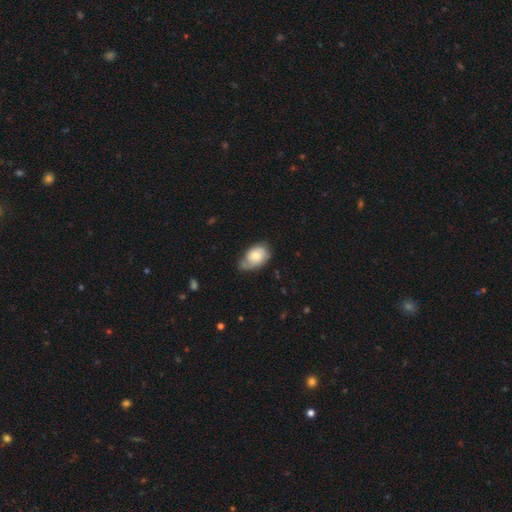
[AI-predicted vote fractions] Overall: smooth (53%; featured or disk 40%). How rounded: in between (83%). Merging: none (45%; minor disturbance 39%).